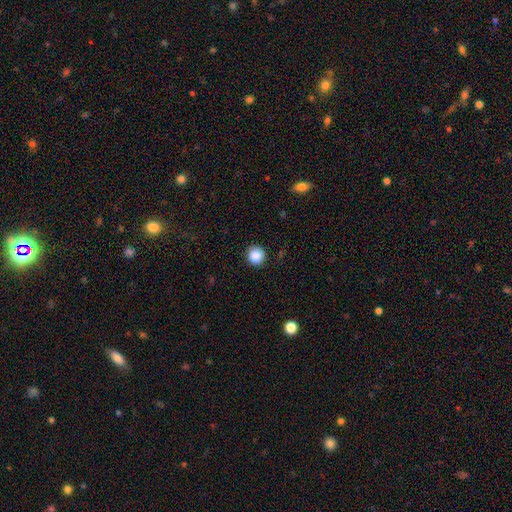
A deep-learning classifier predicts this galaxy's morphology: Smooth or featured: smooth — 87% (star or artifact — 9%)
How rounded: round — 94% (in between — 5%)
Merging: none — 92% (minor disturbance — 6%)